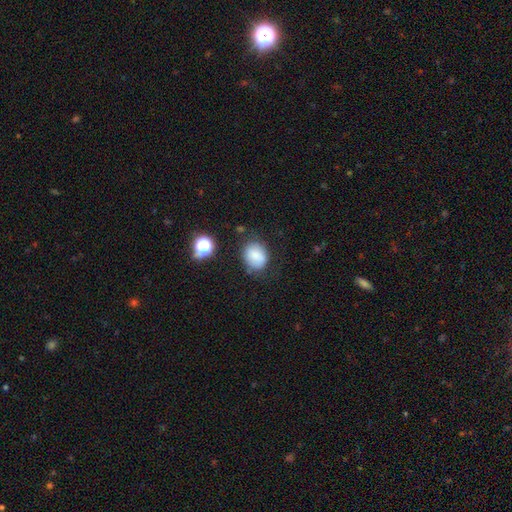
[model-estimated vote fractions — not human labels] Morphology: type=smooth (81%); roundness=in between (51%); merging=none (69%).